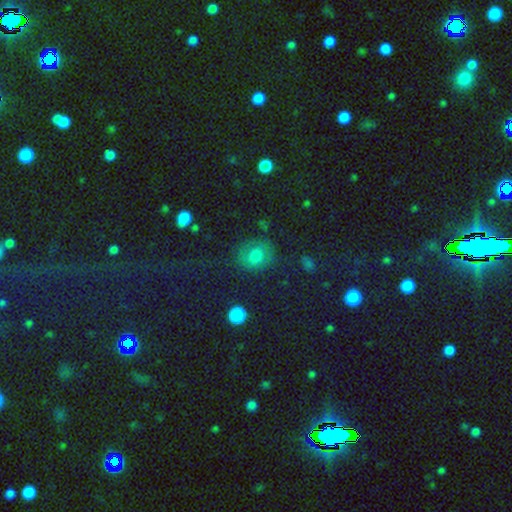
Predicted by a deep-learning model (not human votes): A smooth galaxy with no disk features (65%) that is round (74%). Merging: none (76%).